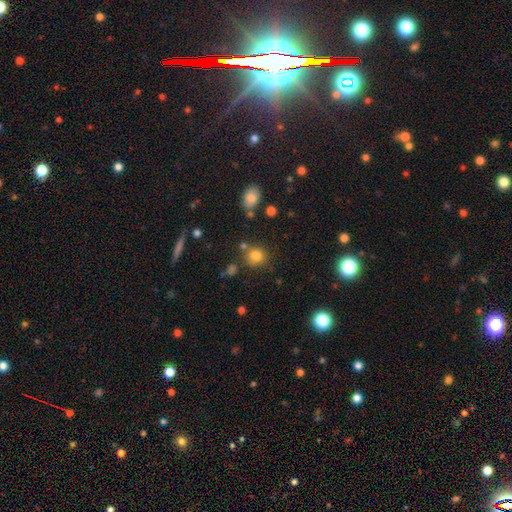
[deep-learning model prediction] This appears to be a smooth galaxy with no disk features (80%) that is round (86%). Merging: none (76%).